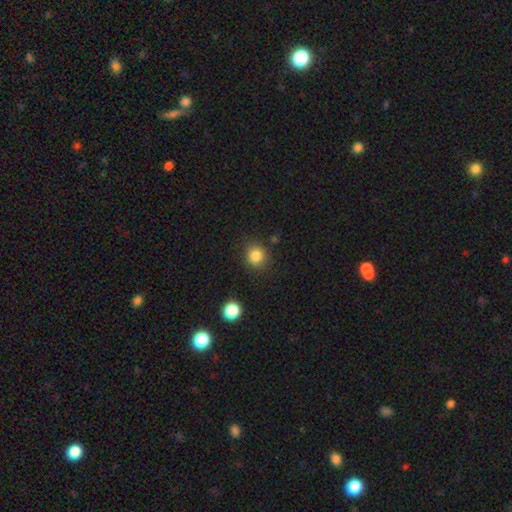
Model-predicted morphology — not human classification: This appears to be a smooth galaxy with no disk features (84%) that is round (87%). Merging: none (85%).